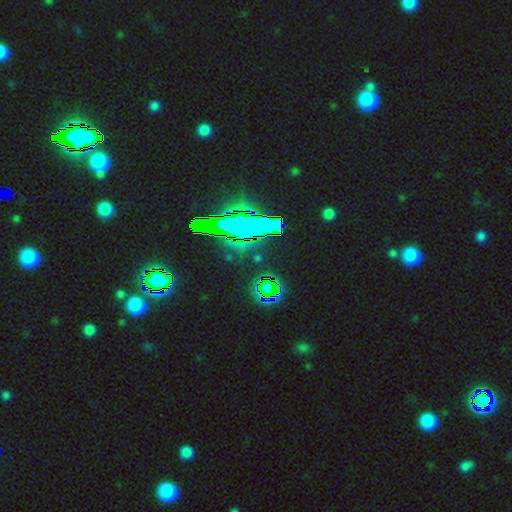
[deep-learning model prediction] Smooth or featured: star or artifact — 74% (smooth — 14%)